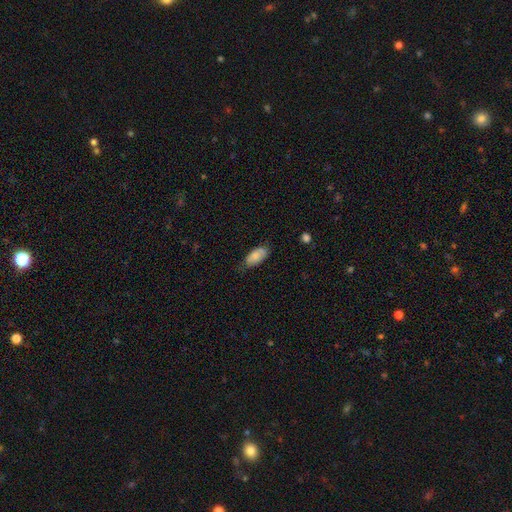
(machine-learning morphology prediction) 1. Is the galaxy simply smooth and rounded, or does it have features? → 83% smooth, 11% featured or disk, 7% star or artifact.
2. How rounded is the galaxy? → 91% in between, 7% cigar-shaped, 2% round.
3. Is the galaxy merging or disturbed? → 67% none, 27% minor disturbance, 5% major disturbance, 2% merger.